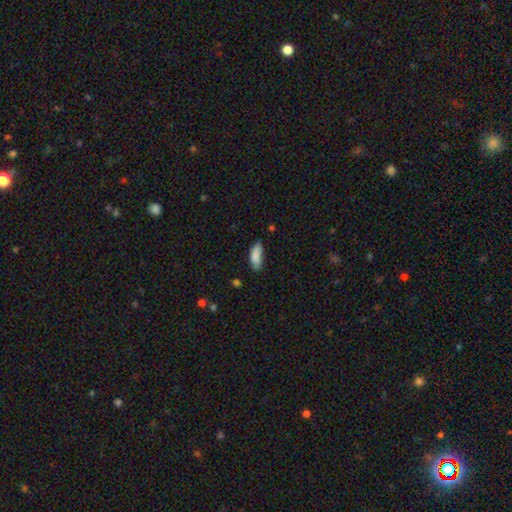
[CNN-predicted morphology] smooth 86%, star or artifact 7%, featured or disk 7%. Down the decision tree: how rounded — in between (72%); merging — none (61%).